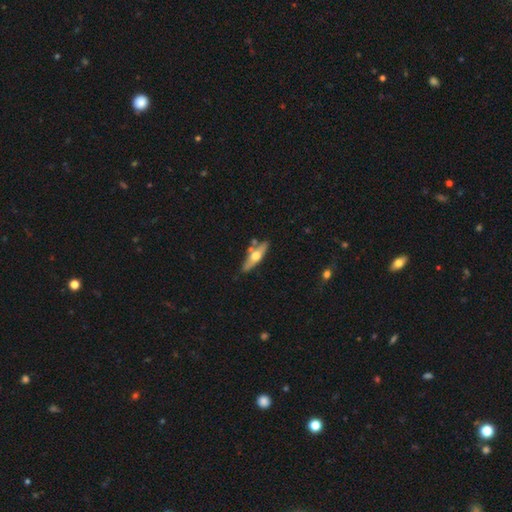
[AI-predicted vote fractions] featured or disk 55%, smooth 40%, star or artifact 5%. Down the decision tree: edge-on disk — yes (86%); merging — none (76%).